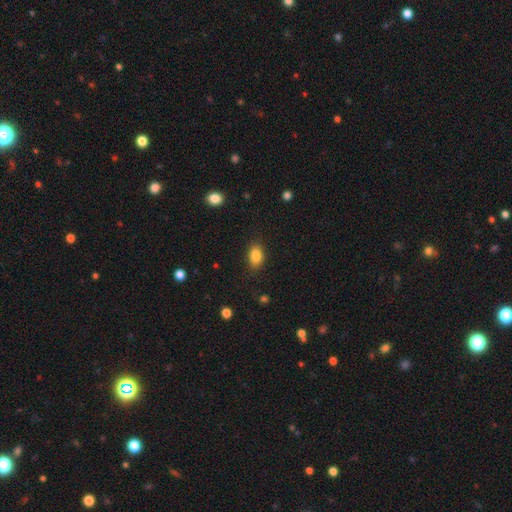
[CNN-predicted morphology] The model was most divided on "how rounded": in between: 84%, round: 14%, cigar-shaped: 2%. More confident: smooth or featured — smooth (85%); merging — none (84%).